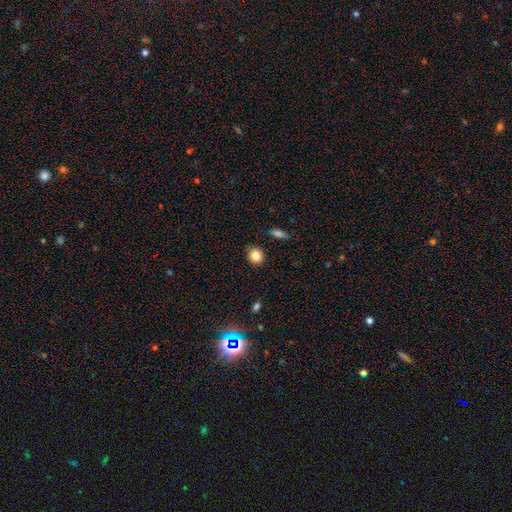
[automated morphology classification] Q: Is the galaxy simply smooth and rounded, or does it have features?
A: smooth — 83%.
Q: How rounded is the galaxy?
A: round — 78%.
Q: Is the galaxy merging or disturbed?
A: none — 87%.